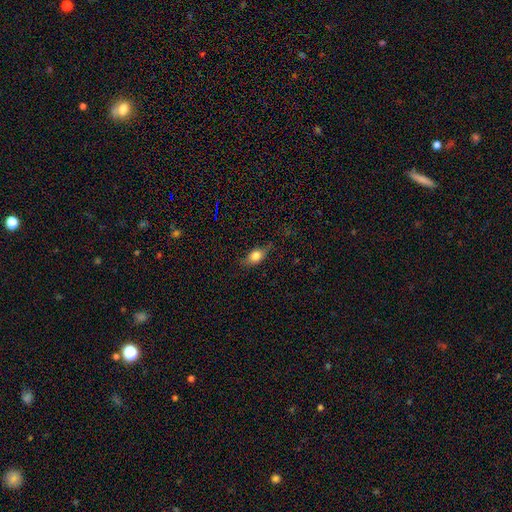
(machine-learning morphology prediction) Smooth or featured?
  - smooth: 73% *
  - featured or disk: 18%
  - star or artifact: 9%
How rounded?
  - in between: 76% *
  - round: 16%
  - cigar-shaped: 9%
Merging?
  - none: 69% *
  - minor disturbance: 23%
  - major disturbance: 6%
  - merger: 1%